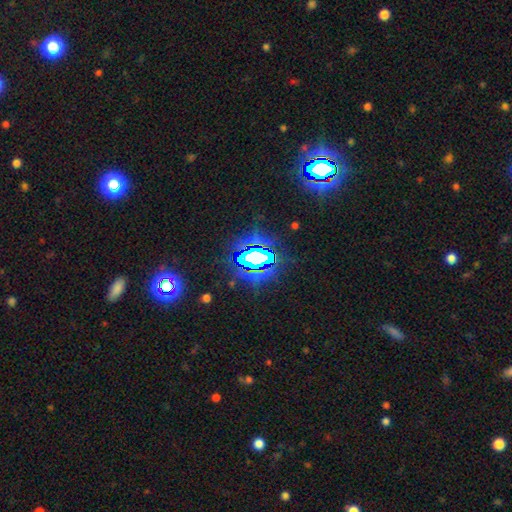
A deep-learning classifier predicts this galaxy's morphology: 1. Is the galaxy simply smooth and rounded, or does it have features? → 70% star or artifact, 17% smooth, 13% featured or disk.